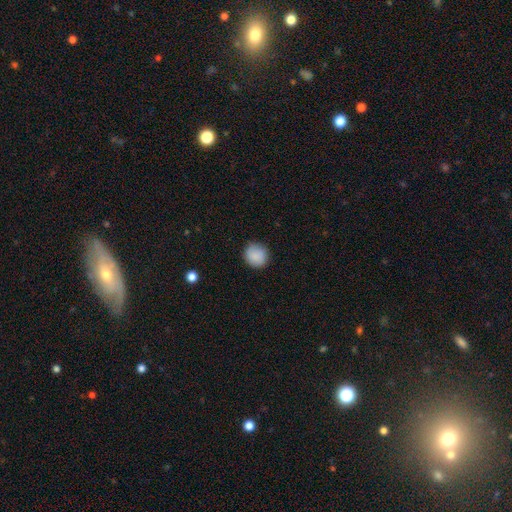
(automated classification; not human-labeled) smooth-or-featured: smooth: 88% | star or artifact: 8% | featured or disk: 4%
  how-rounded: round: 88% | in between: 11% | cigar-shaped: 1%
  merging: none: 88% | minor disturbance: 9% | major disturbance: 2% | merger: 1%